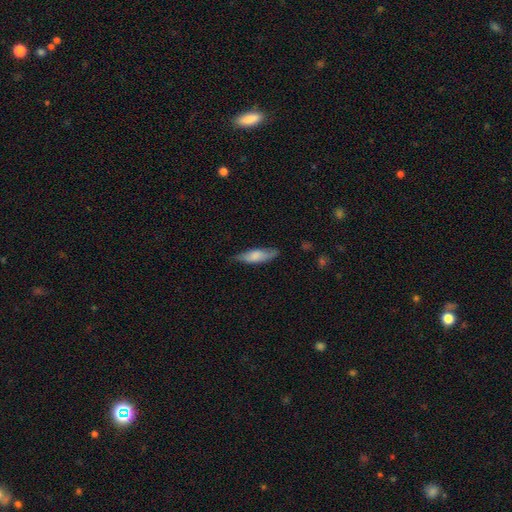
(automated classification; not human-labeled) A smooth galaxy with no disk features (70%) that is cigar-shaped (57%).

Vote fractions:
- Smooth or featured? smooth: 70% / featured or disk: 24% / star or artifact: 6%
- How rounded? cigar-shaped: 57% / in between: 41% / round: 2%
- Merging? none: 76% / minor disturbance: 19% / major disturbance: 4% / merger: 1%